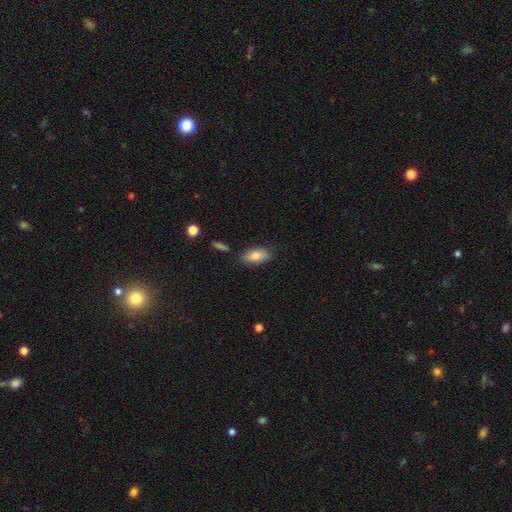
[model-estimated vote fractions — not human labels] A smooth galaxy with no disk features (80%) that is in between round and cigar-shaped (90%).

Vote fractions:
- Smooth or featured? smooth: 80% / featured or disk: 13% / star or artifact: 7%
- How rounded? in between: 90% / cigar-shaped: 6% / round: 4%
- Merging? none: 79% / minor disturbance: 14% / merger: 4% / major disturbance: 3%